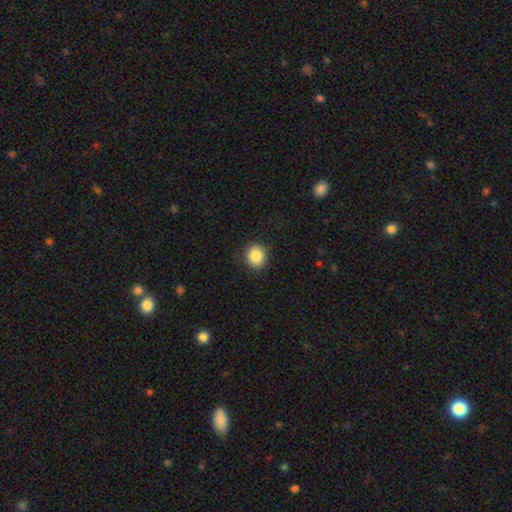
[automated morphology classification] This appears to be a smooth galaxy with no disk features (86%) that is round (84%). Merging: none (89%).